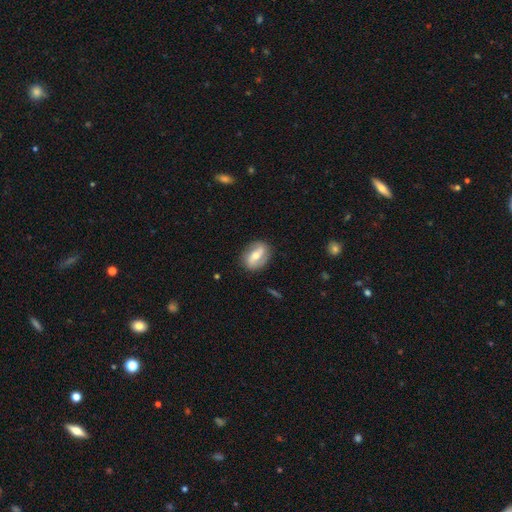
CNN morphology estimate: The model was most divided on "bar": strong: 39%, weak: 33%, no: 28%. More confident: edge-on disk — no (92%); merging — none (83%); spiral arms — yes (70%); bulge size — moderate (62%); smooth or featured — featured or disk (60%).